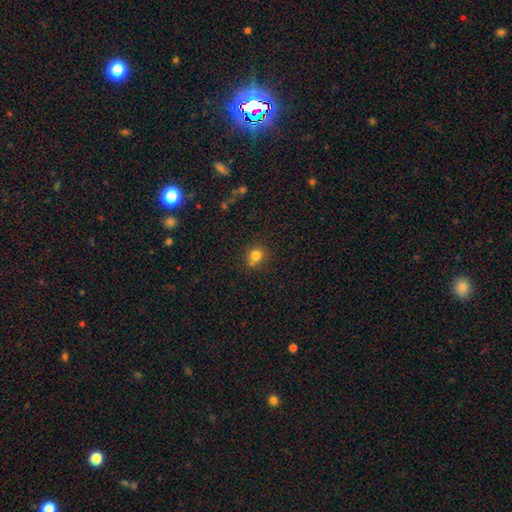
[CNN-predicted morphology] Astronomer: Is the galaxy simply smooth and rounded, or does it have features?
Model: smooth — 80%.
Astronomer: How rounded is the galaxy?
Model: round — 84%.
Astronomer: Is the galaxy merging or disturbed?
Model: none — 73%.